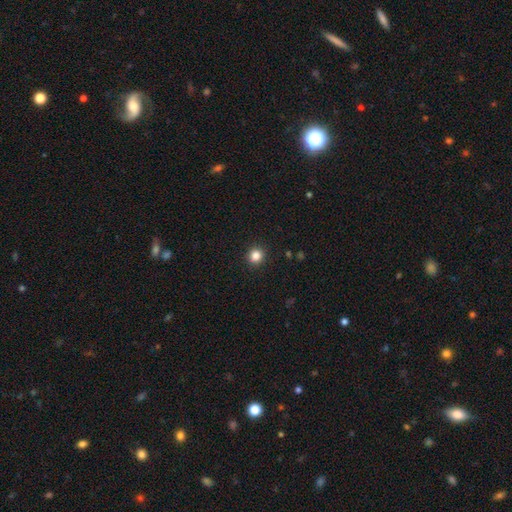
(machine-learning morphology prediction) smooth-or-featured: smooth: 84% | star or artifact: 12% | featured or disk: 4%
  how-rounded: round: 88% | in between: 11% | cigar-shaped: 1%
  merging: none: 92% | minor disturbance: 5% | major disturbance: 2% | merger: 1%